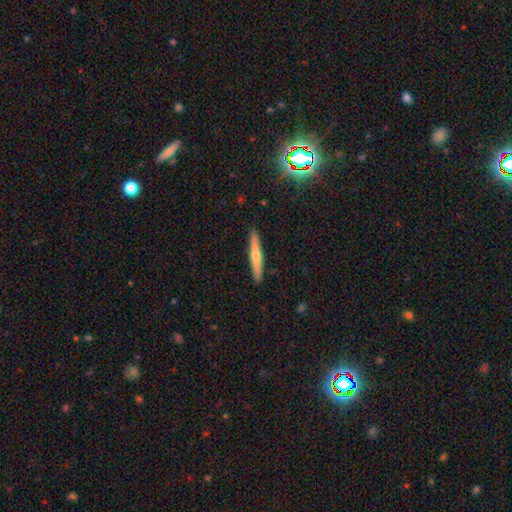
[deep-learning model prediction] This appears to be a featured or disk galaxy (52%) viewed edge-on (95%). Merging: none (91%).